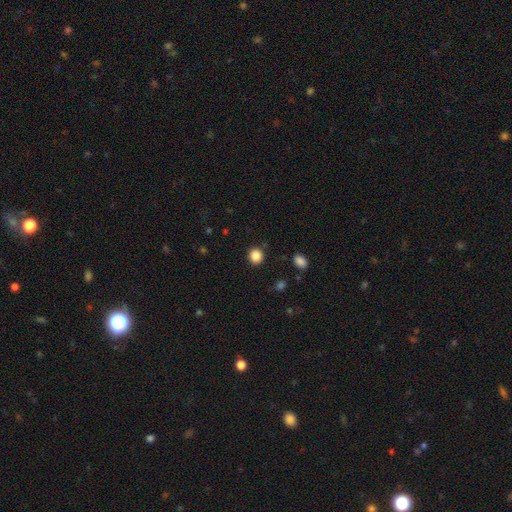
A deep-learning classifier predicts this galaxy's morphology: A smooth galaxy with no disk features (86%) that is round (86%).

Vote fractions:
- Smooth or featured? smooth: 86% / star or artifact: 10% / featured or disk: 3%
- How rounded? round: 86% / in between: 13% / cigar-shaped: 1%
- Merging? none: 90% / minor disturbance: 6% / major disturbance: 2% / merger: 2%